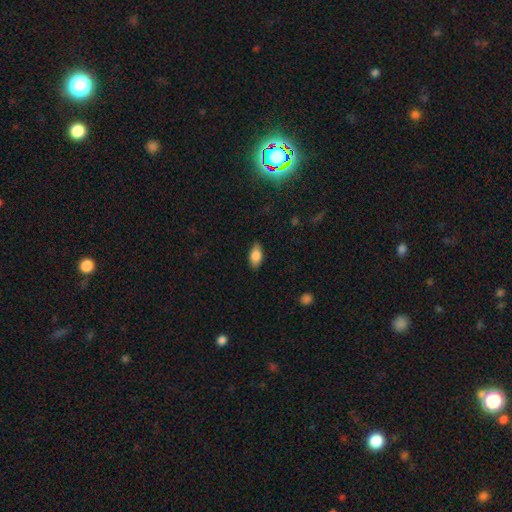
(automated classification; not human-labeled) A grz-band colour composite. It shows a smooth galaxy with no disk features (82%) that is in between round and cigar-shaped (89%). Merging: none (83%).